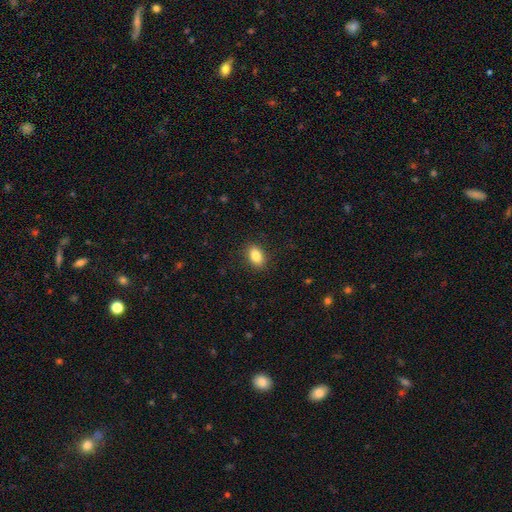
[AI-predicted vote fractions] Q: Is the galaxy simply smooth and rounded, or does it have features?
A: smooth — 85%.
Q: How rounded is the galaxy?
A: in between — 83%.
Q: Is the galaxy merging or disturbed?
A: none — 89%.